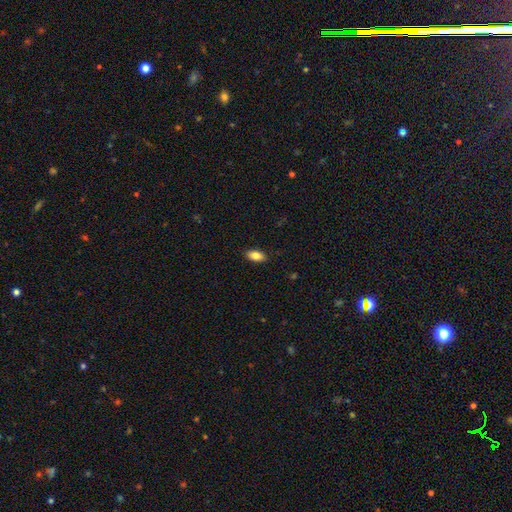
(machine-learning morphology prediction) Smooth or featured: smooth — 85% (star or artifact — 8%)
How rounded: in between — 91% (cigar-shaped — 6%)
Merging: none — 89% (minor disturbance — 8%)